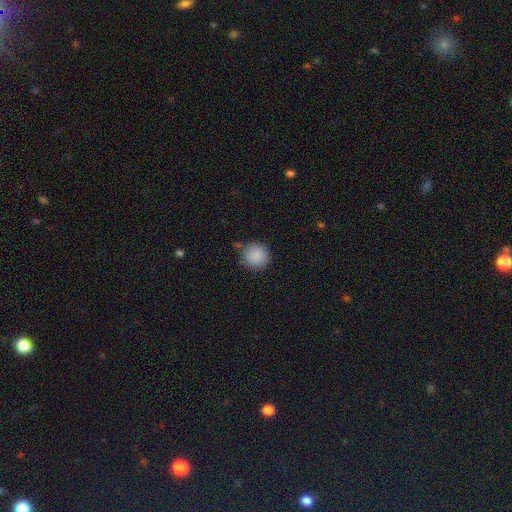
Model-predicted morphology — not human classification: This is clearly a smooth galaxy (88%). How rounded: clearly round (94%). Merging: clearly none (84%).